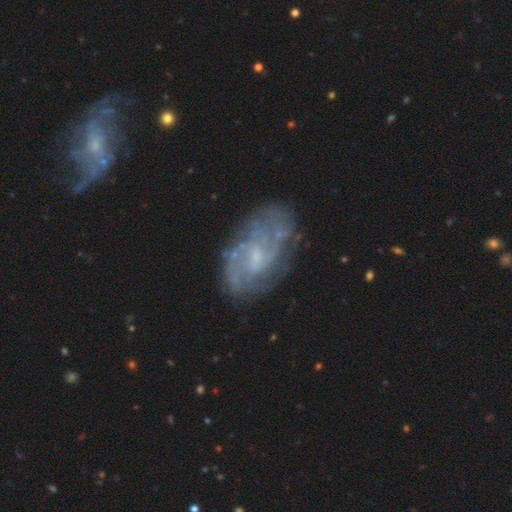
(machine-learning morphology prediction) Smooth or featured? Predicted: featured or disk (p=0.76). Edge-on disk? Predicted: no (p=0.96). Bar? Predicted: no (p=0.46, tied with weak). Spiral arms? Predicted: yes (p=0.80). Spiral winding? Predicted: medium (p=0.39, tied with tight). Spiral arm count? Predicted: can't tell (p=0.49). Bulge size? Predicted: small (p=0.53). Merging? Predicted: none (p=0.70).